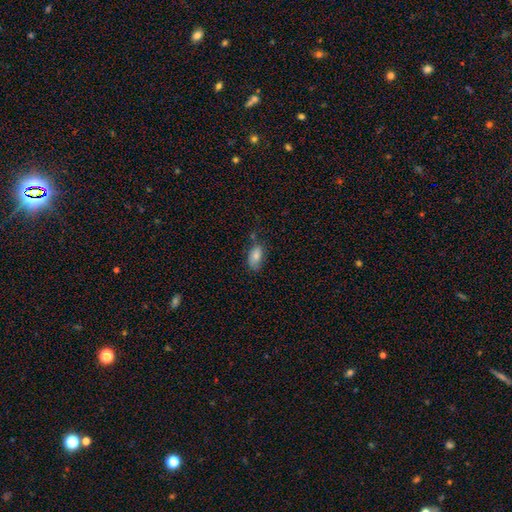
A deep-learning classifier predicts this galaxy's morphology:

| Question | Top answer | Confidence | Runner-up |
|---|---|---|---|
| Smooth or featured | smooth | 82% | featured or disk (10%) |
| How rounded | in between | 92% | round (4%) |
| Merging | none | 57% | minor disturbance (29%) |